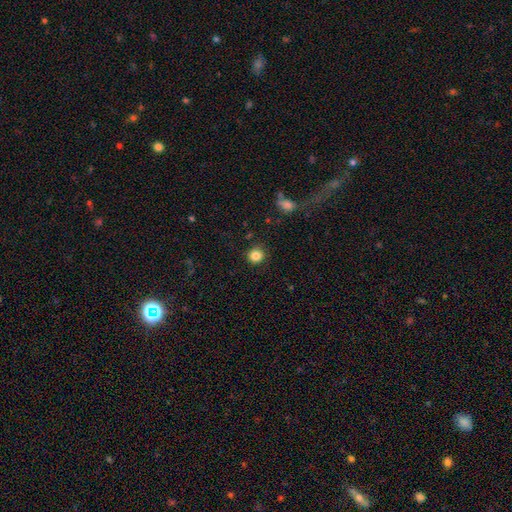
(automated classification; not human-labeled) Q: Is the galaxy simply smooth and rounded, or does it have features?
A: smooth — 85%.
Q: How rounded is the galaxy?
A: round — 89%.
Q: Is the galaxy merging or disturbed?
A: none — 88%.